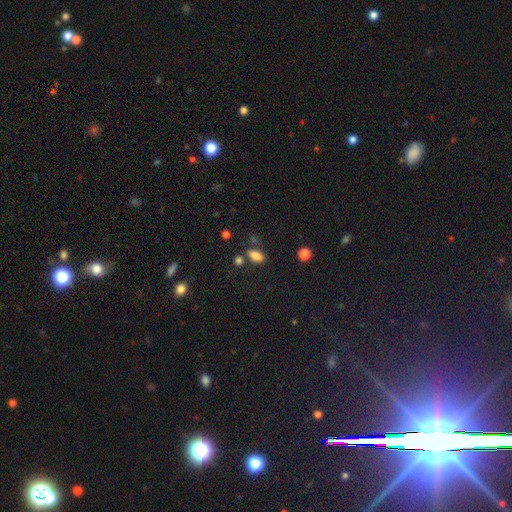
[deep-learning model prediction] Morphology: type=smooth (83%); roundness=in between (86%); merging=none (73%).